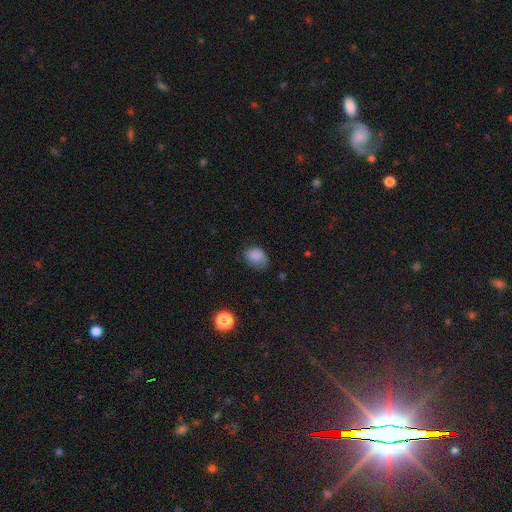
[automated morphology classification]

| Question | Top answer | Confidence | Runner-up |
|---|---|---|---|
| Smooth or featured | smooth | 80% | star or artifact (10%) |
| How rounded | in between | 67% | round (32%) |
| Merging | none | 57% | minor disturbance (30%) |